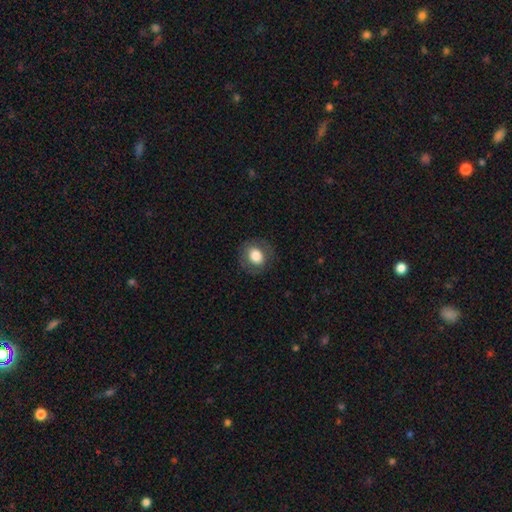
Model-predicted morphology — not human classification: A smooth galaxy with no disk features (76%) that is round (67%). Merging: none (83%).